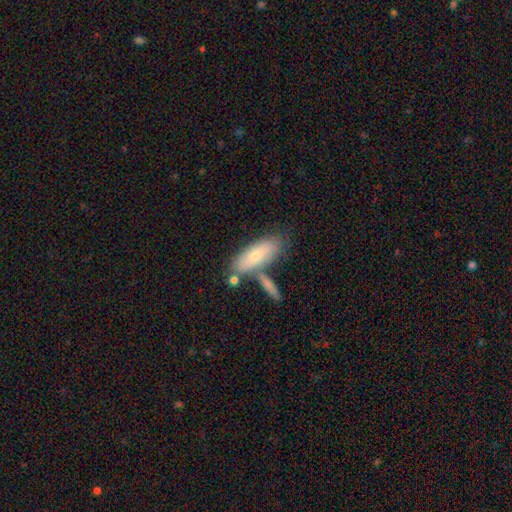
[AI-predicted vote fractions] This is likely a smooth galaxy (67%). How rounded: likely in between (69%). Merging: possibly none (57%).